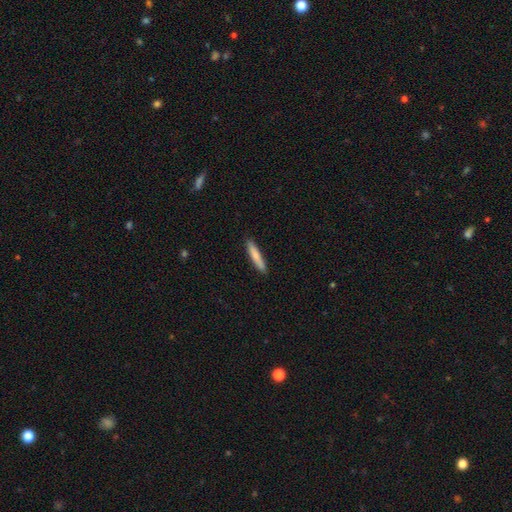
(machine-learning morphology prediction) type=smooth (75%); roundness=cigar-shaped (91%); merging=none (91%).